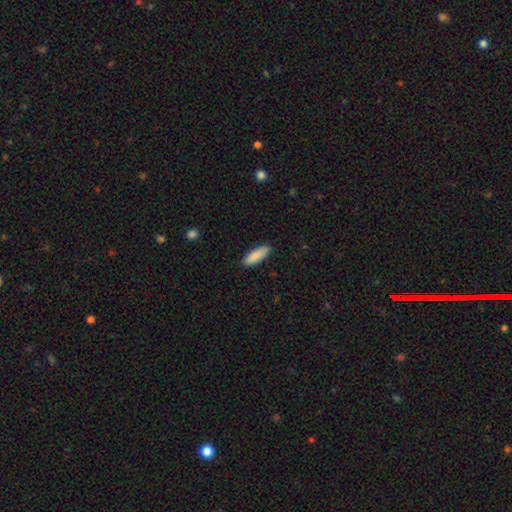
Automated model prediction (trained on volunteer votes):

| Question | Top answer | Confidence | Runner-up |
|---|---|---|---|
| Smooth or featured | smooth | 89% | featured or disk (6%) |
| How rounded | in between | 57% | cigar-shaped (42%) |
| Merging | none | 88% | minor disturbance (9%) |